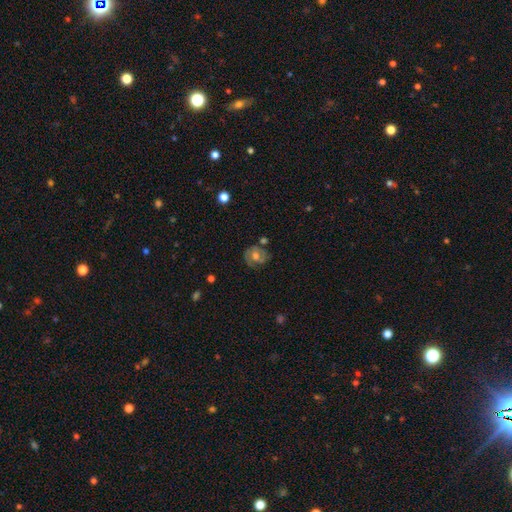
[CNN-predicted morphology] Q: Smooth or featured?
A: featured or disk (59%); runner-up: smooth (32%)
Q: Edge-on disk?
A: no (97%); runner-up: yes (3%)
Q: Bar?
A: no (60%); runner-up: weak (32%)
Q: Spiral arms?
A: yes (74%); runner-up: no (26%)
Q: Bulge size?
A: moderate (64%); runner-up: small (16%)
Q: Merging?
A: none (61%); runner-up: minor disturbance (22%)